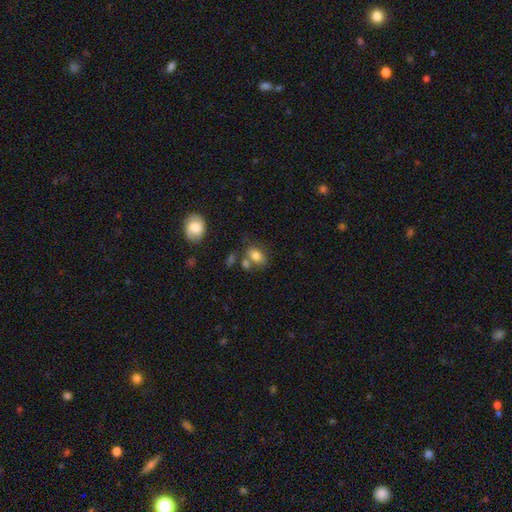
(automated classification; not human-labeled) smooth 79%, featured or disk 12%, star or artifact 9%. Down the decision tree: how rounded — in between (75%); merging — none (55%).